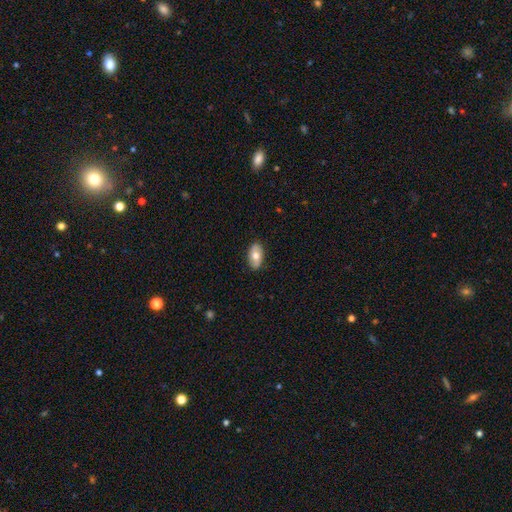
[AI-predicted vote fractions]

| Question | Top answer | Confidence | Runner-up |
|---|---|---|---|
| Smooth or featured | smooth | 65% | featured or disk (29%) |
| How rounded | in between | 93% | round (5%) |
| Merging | none | 86% | minor disturbance (11%) |